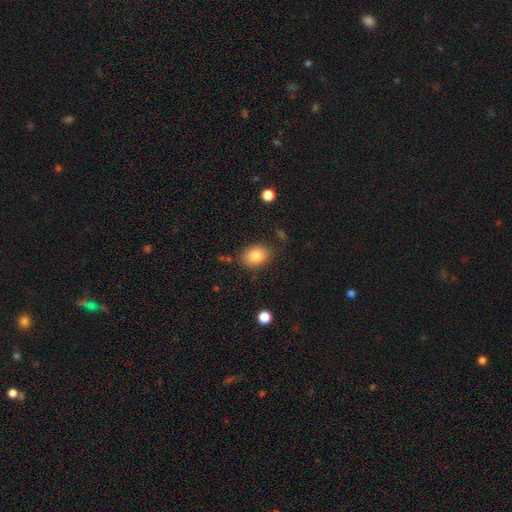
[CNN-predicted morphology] Smooth or featured? Predicted: smooth (p=0.83). How rounded? Predicted: in between (p=0.66). Merging? Predicted: none (p=0.83).